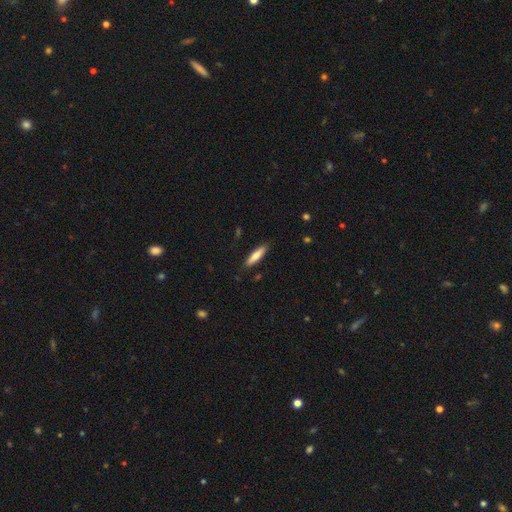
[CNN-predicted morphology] Q: Smooth or featured?
A: smooth (76%); runner-up: featured or disk (19%)
Q: How rounded?
A: cigar-shaped (79%); runner-up: in between (20%)
Q: Merging?
A: none (87%); runner-up: minor disturbance (10%)